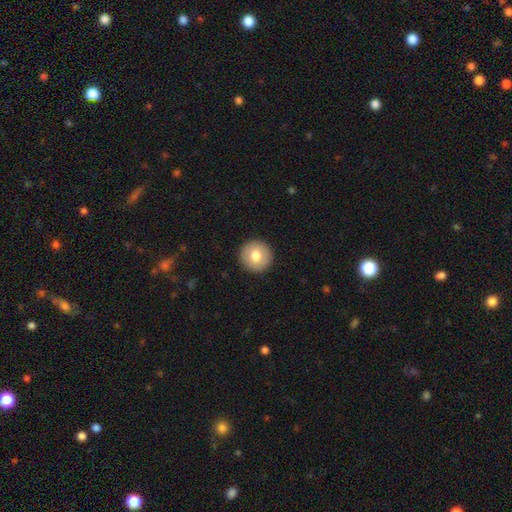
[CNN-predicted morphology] The model was most divided on "smooth or featured": smooth: 76%, featured or disk: 17%, star or artifact: 7%. More confident: how rounded — round (96%); merging — none (93%).